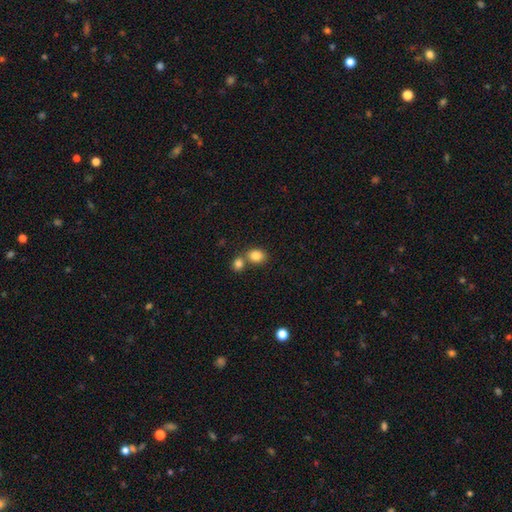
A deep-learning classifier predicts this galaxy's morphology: A smooth galaxy with no disk features (84%) that is round (52%).

Vote fractions:
- Smooth or featured? smooth: 84% / star or artifact: 10% / featured or disk: 6%
- How rounded? round: 52% / in between: 47% / cigar-shaped: 1%
- Merging? none: 51% / merger: 38% / minor disturbance: 8% / major disturbance: 3%